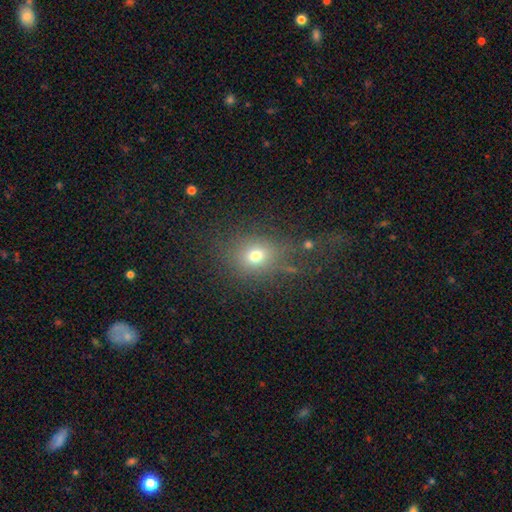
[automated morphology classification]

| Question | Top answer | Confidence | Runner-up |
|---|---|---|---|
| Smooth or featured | smooth | 69% | star or artifact (20%) |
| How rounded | round | 64% | in between (34%) |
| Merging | none | 75% | minor disturbance (12%) |